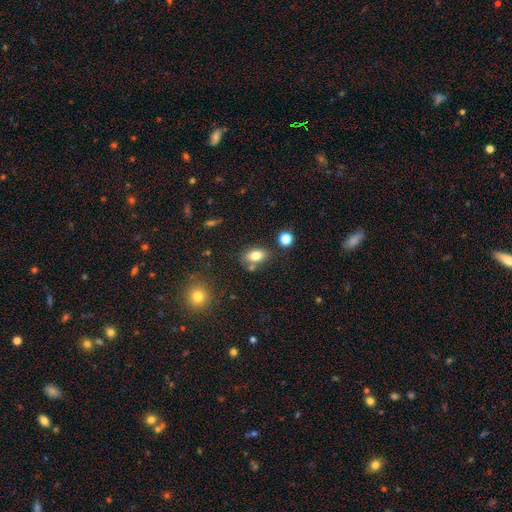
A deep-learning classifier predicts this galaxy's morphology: smooth 79%, featured or disk 11%, star or artifact 10%. Down the decision tree: how rounded — in between (85%); merging — none (70%).